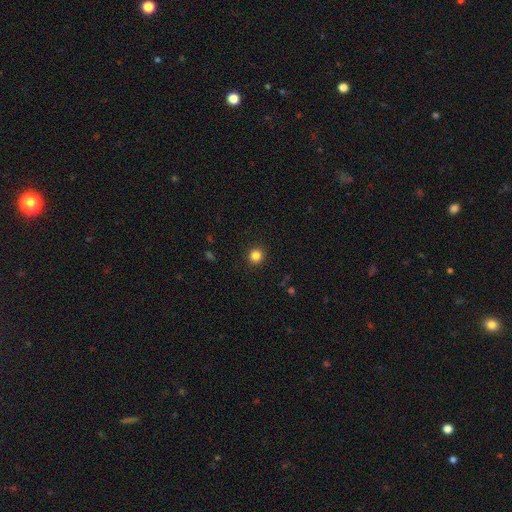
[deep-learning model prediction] The model was most divided on "smooth or featured": smooth: 84%, star or artifact: 12%, featured or disk: 4%. More confident: how rounded — round (94%); merging — none (93%).